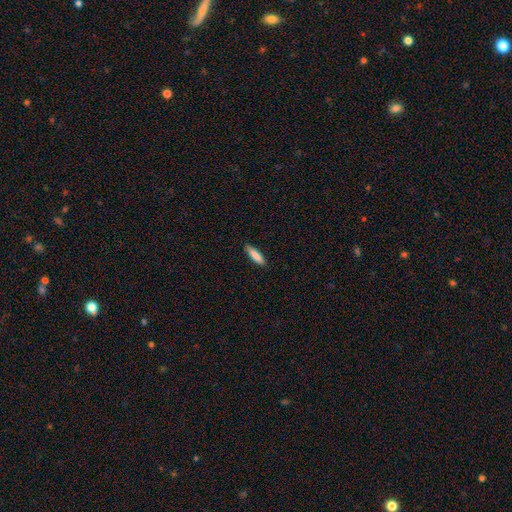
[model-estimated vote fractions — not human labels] A smooth galaxy with no disk features (85%) that is cigar-shaped (71%).

Vote fractions:
- Smooth or featured? smooth: 85% / featured or disk: 9% / star or artifact: 6%
- How rounded? cigar-shaped: 71% / in between: 28% / round: 1%
- Merging? none: 87% / minor disturbance: 10% / major disturbance: 2% / merger: 1%